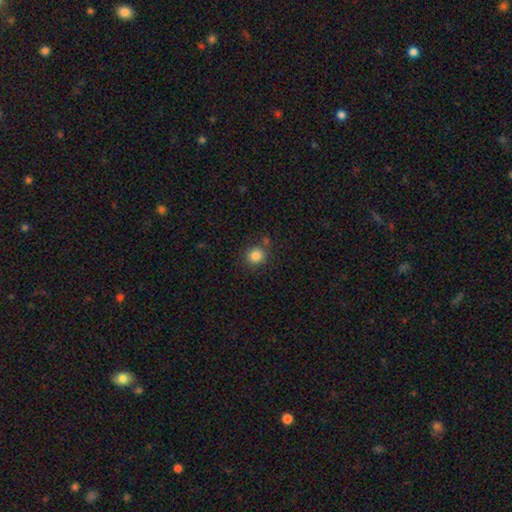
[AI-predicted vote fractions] Smooth or featured: smooth — 84% (star or artifact — 11%)
How rounded: round — 91% (in between — 8%)
Merging: none — 81% (minor disturbance — 9%)